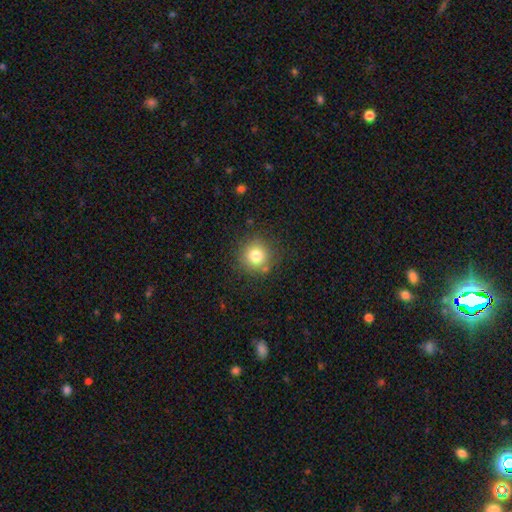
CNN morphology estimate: A smooth galaxy with no disk features (79%) that is round (94%). Merging: none (83%).